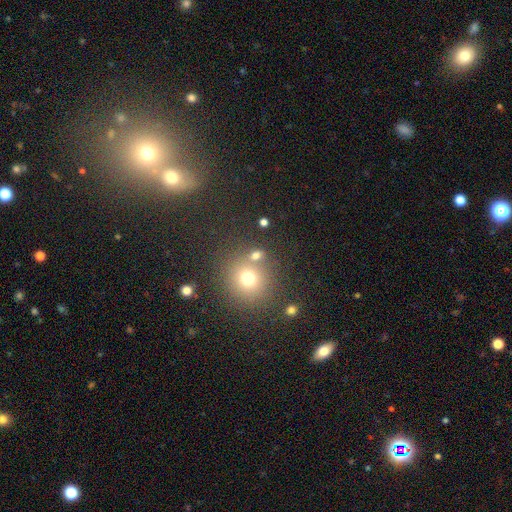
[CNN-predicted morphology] This appears to be a smooth galaxy with no disk features (71%) that is round (81%). Merging: none (67%).